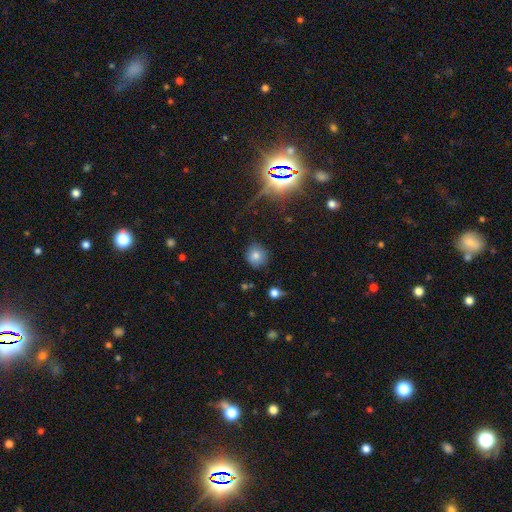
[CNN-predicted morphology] Smooth or featured? Predicted: smooth (p=0.77). How rounded? Predicted: round (p=0.88). Merging? Predicted: none (p=0.83).